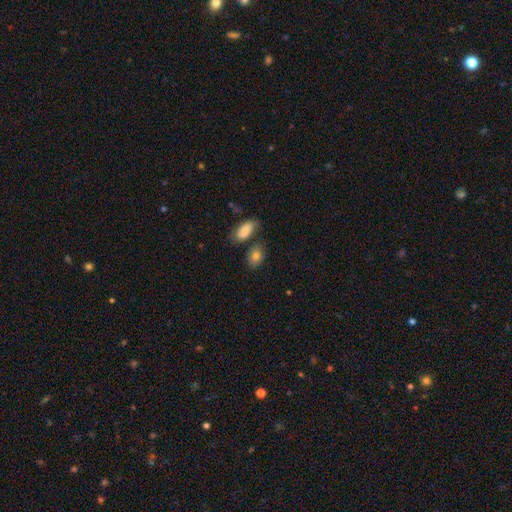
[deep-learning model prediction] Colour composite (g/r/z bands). It shows a smooth galaxy with no disk features (83%) that is in between round and cigar-shaped (78%). Merging: none (67%).